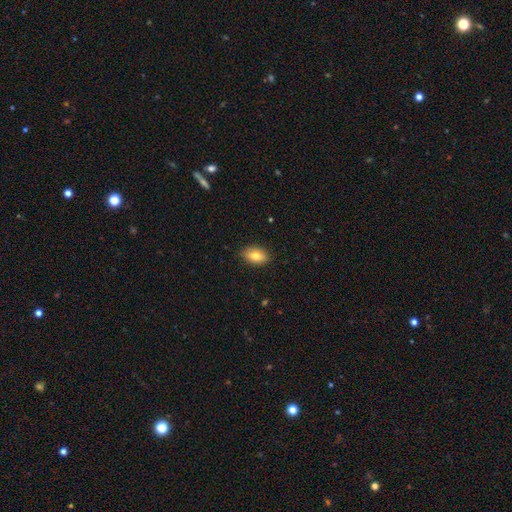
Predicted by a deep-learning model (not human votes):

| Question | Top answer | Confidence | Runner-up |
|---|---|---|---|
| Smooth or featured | smooth | 78% | featured or disk (14%) |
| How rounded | in between | 89% | round (9%) |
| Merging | none | 87% | minor disturbance (10%) |